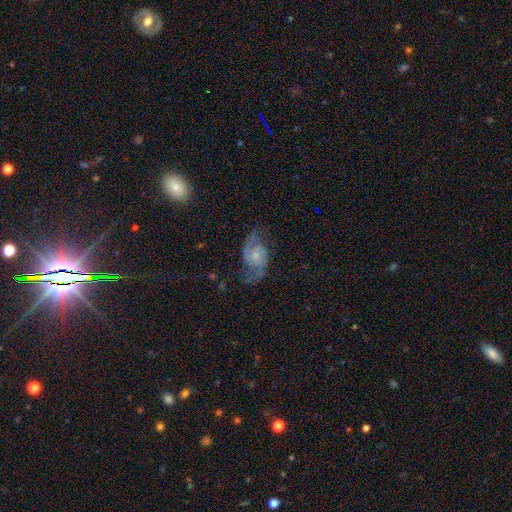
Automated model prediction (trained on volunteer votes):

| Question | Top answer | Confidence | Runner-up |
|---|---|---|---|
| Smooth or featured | featured or disk | 83% | smooth (10%) |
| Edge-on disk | no | 98% | yes (2%) |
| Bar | no | 64% | weak (31%) |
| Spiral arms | yes | 96% | no (4%) |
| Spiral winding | medium | 50% | loose (35%) |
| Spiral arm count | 2 | 91% | can't tell (3%) |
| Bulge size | small | 57% | moderate (27%) |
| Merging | none | 67% | minor disturbance (19%) |